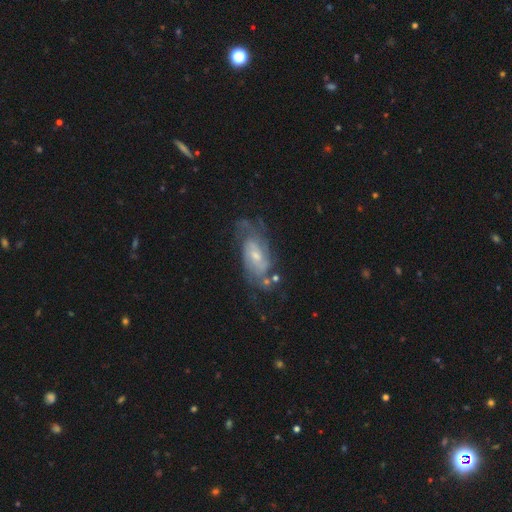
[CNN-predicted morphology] Smooth or featured: featured or disk — 79% (smooth — 14%)
Edge-on disk: no — 93% (yes — 7%)
Bar: no — 46% (weak — 44%)
Spiral arms: yes — 90% (no — 10%)
Spiral winding: tight — 48% (medium — 38%)
Spiral arm count: can't tell — 40% (2 — 35%)
Bulge size: small — 52% (moderate — 42%)
Merging: none — 59% (minor disturbance — 22%)